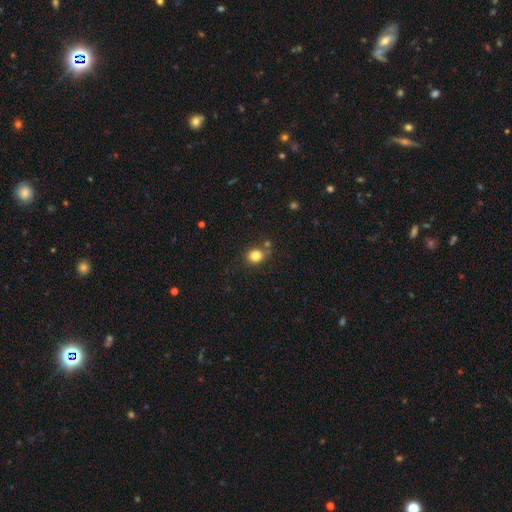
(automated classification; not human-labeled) This appears to be a smooth galaxy with no disk features (82%) that is round (66%). Merging: none (74%).